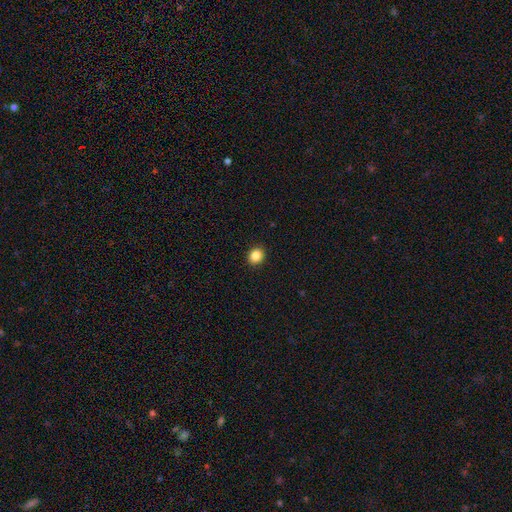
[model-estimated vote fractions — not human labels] Q: Smooth or featured?
A: smooth (85%); runner-up: star or artifact (10%)
Q: How rounded?
A: round (80%); runner-up: in between (19%)
Q: Merging?
A: none (92%); runner-up: minor disturbance (5%)